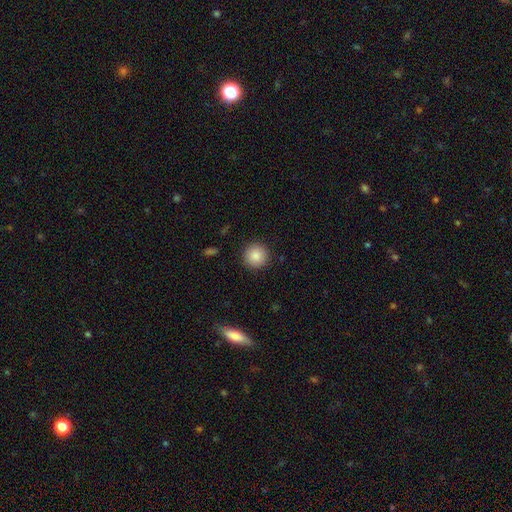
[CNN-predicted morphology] smooth-or-featured: smooth: 87% | star or artifact: 8% | featured or disk: 5%
  how-rounded: round: 95% | in between: 4% | cigar-shaped: 1%
  merging: none: 91% | minor disturbance: 6% | major disturbance: 2% | merger: 1%